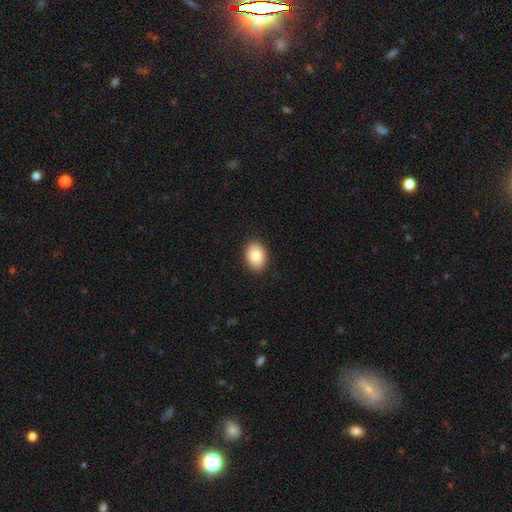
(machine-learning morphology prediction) Q: Smooth or featured?
A: smooth (86%); runner-up: star or artifact (7%)
Q: How rounded?
A: in between (74%); runner-up: round (25%)
Q: Merging?
A: none (90%); runner-up: minor disturbance (7%)